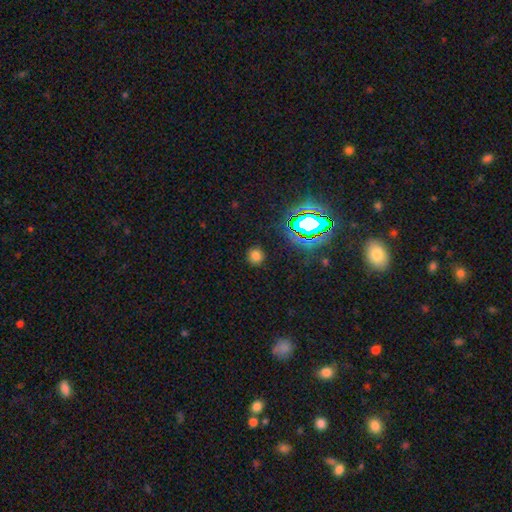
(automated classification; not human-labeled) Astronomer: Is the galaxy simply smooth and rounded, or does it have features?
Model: smooth — 72%.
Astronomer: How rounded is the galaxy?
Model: round — 87%.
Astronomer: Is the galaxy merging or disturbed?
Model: none — 87%.